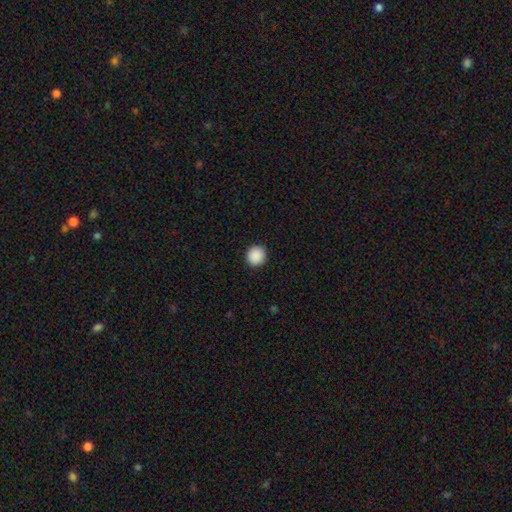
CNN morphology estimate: smooth_or_featured: smooth (p=0.90) [alt: star or artifact p=0.08]
how_rounded: round (p=0.91) [alt: in between p=0.08]
merging: none (p=0.93) [alt: minor disturbance p=0.05]